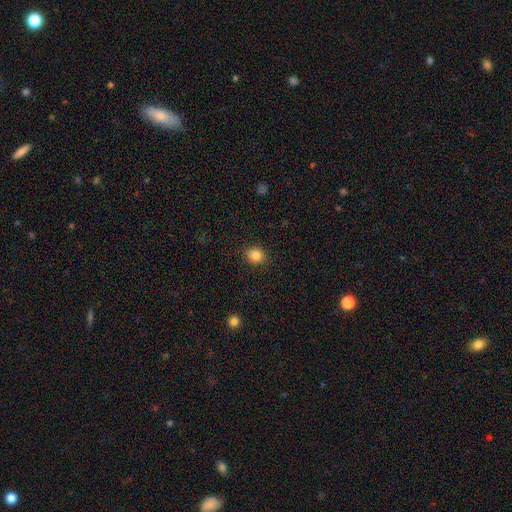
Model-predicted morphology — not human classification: A smooth galaxy with no disk features (85%) that is round (70%). Merging: none (90%).